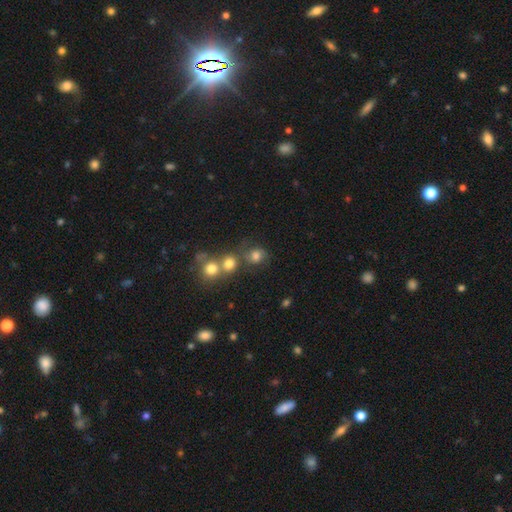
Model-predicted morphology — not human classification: Q: Smooth or featured?
A: smooth (68%); runner-up: featured or disk (18%)
Q: How rounded?
A: round (74%); runner-up: in between (24%)
Q: Merging?
A: none (51%); runner-up: merger (26%)